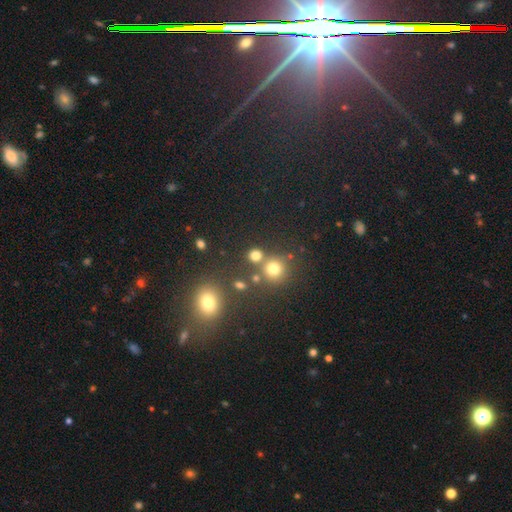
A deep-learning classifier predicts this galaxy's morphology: A smooth galaxy with no disk features (75%) that is round (86%). Merging: none (69%).